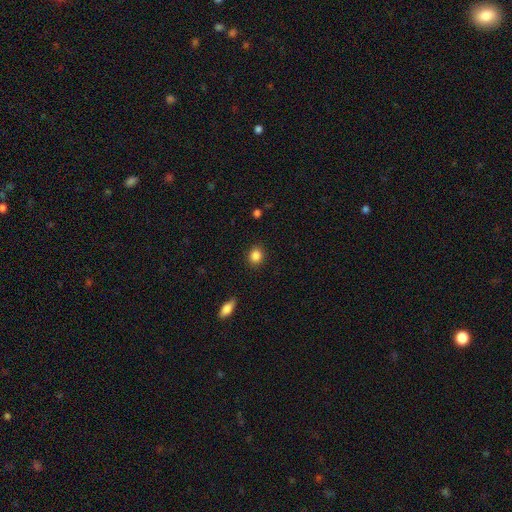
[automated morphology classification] type=smooth (86%); roundness=round (76%); merging=none (90%).